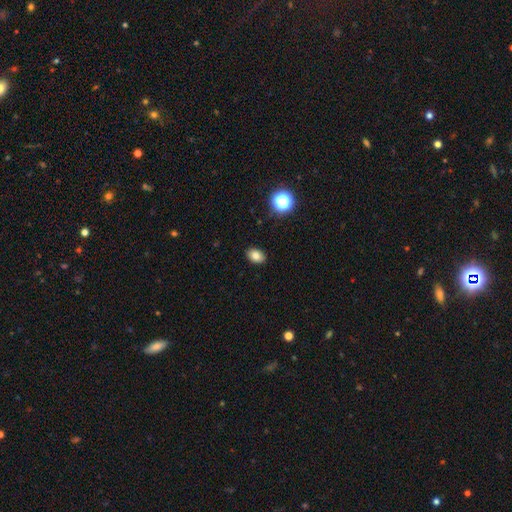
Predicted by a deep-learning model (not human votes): smooth_or_featured: smooth (p=0.80) [alt: star or artifact p=0.12]
how_rounded: in between (p=0.83) [alt: round p=0.15]
merging: none (p=0.90) [alt: minor disturbance p=0.08]